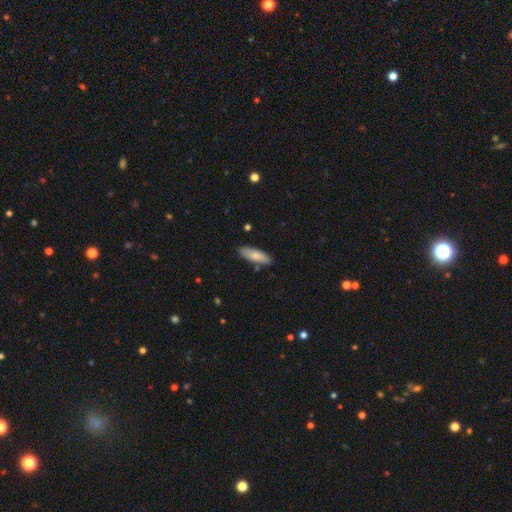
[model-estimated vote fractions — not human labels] Smooth or featured?
  - smooth: 81% *
  - featured or disk: 13%
  - star or artifact: 6%
How rounded?
  - in between: 56% *
  - cigar-shaped: 42%
  - round: 2%
Merging?
  - none: 83% *
  - minor disturbance: 12%
  - merger: 3%
  - major disturbance: 2%